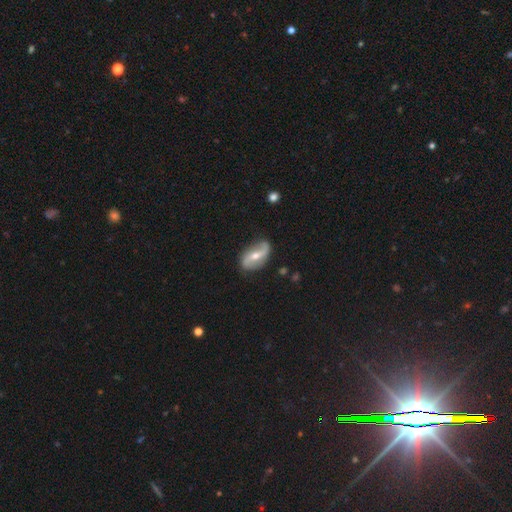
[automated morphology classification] featured or disk 79%, smooth 16%, star or artifact 5%. Down the decision tree: edge-on disk — no (95%); bar — strong (37%); spiral arms — yes (90%); spiral arm count — 2 (91%); spiral winding — loose (73%); bulge size — moderate (58%); merging — none (79%).